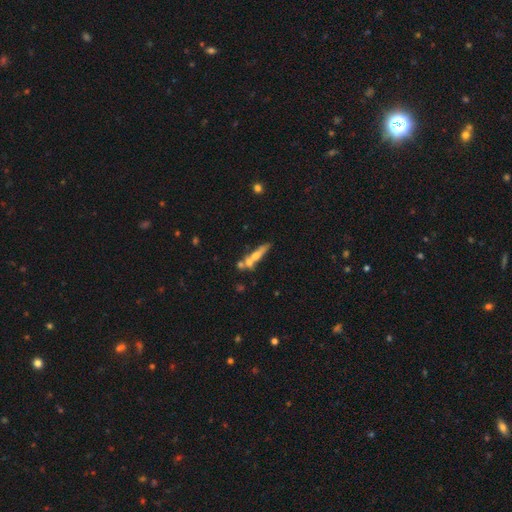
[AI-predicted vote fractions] Overall: featured or disk (47%; smooth 44%). Merging: none (46%; merger 32%).